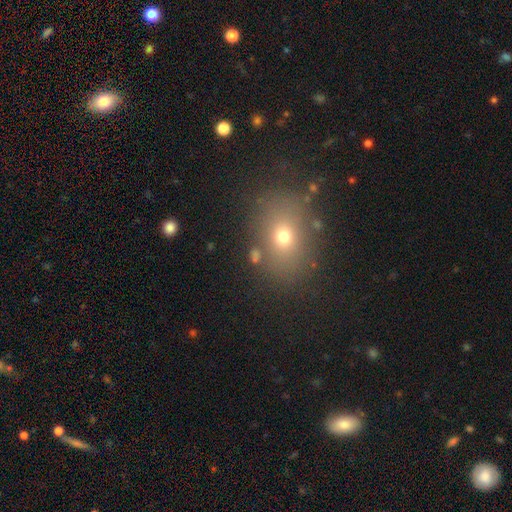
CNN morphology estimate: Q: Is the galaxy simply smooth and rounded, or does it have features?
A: smooth — 65%.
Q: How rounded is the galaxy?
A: in between — 60%.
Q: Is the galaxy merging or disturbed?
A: none — 79%.